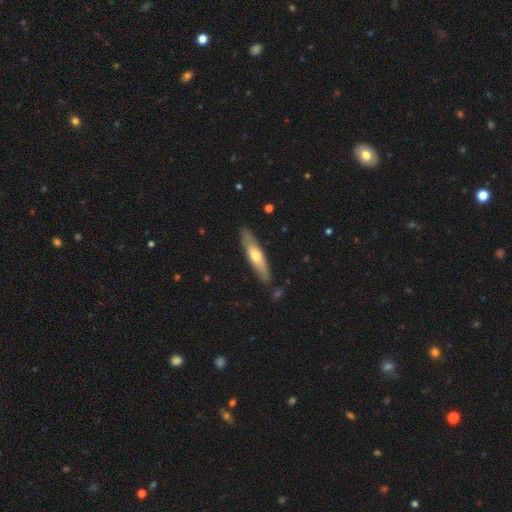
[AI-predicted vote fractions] smooth 53%, featured or disk 42%, star or artifact 5%. Down the decision tree: how rounded — cigar-shaped (76%); merging — none (83%).